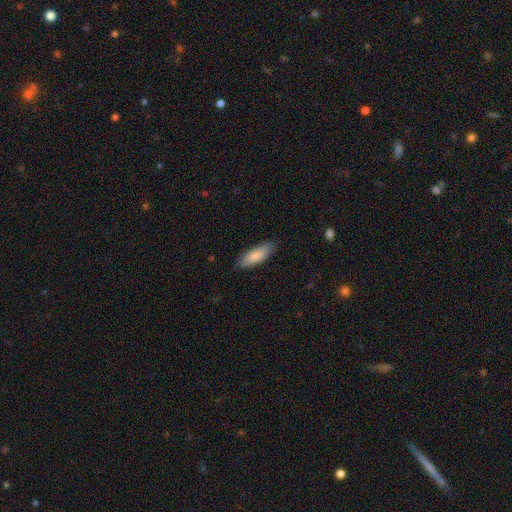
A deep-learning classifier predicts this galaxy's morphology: Q: Smooth or featured?
A: smooth (85%); runner-up: featured or disk (10%)
Q: How rounded?
A: in between (64%); runner-up: cigar-shaped (35%)
Q: Merging?
A: none (84%); runner-up: minor disturbance (12%)